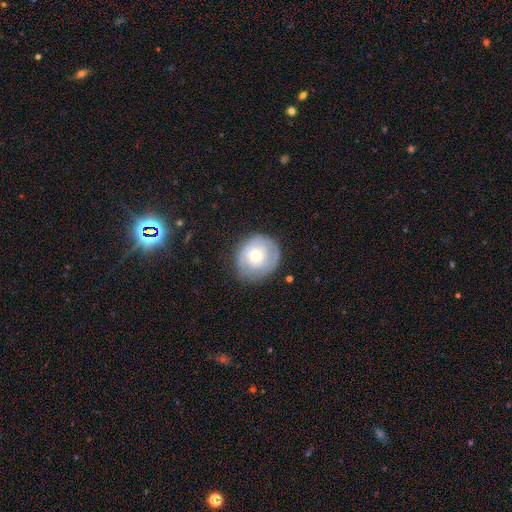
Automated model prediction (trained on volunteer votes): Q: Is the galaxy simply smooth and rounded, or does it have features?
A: featured or disk — 49%.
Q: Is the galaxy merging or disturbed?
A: none — 76%.